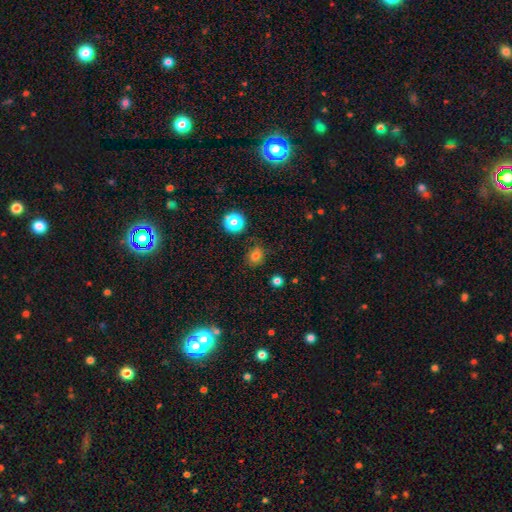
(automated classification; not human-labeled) Morphology: type=smooth (77%); roundness=round (68%); merging=none (78%).